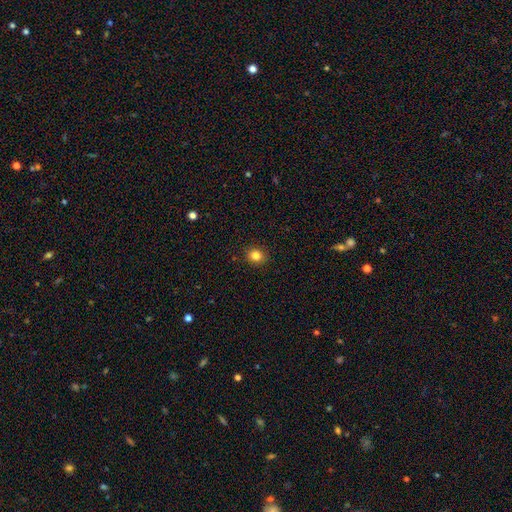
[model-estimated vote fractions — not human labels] Q: Smooth or featured?
A: smooth (83%); runner-up: star or artifact (12%)
Q: How rounded?
A: round (78%); runner-up: in between (21%)
Q: Merging?
A: none (92%); runner-up: minor disturbance (6%)